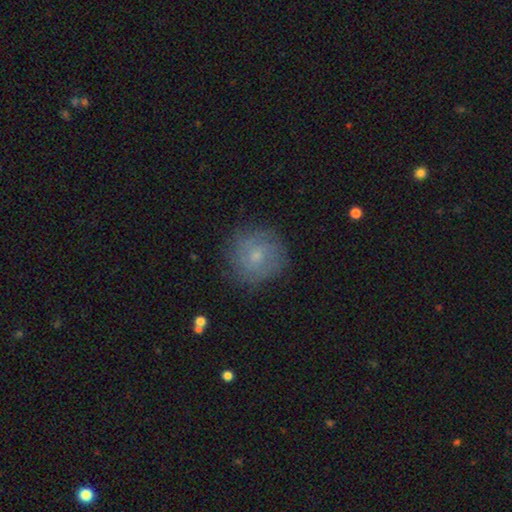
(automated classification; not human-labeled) Smooth or featured: smooth — 53% (featured or disk — 37%)
How rounded: round — 90% (in between — 9%)
Merging: none — 79% (minor disturbance — 15%)